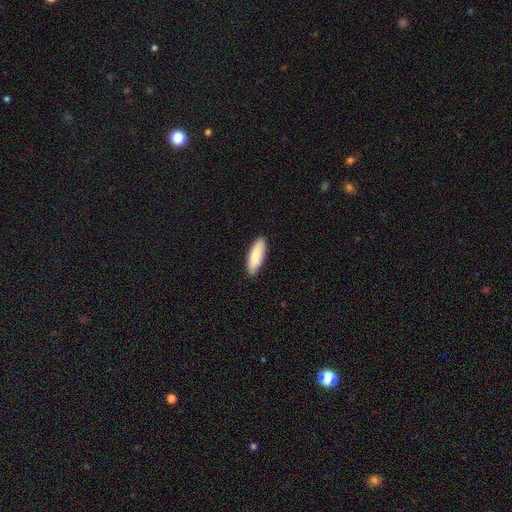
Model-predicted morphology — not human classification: A smooth galaxy with no disk features (85%) that is in between round and cigar-shaped (61%).

Vote fractions:
- Smooth or featured? smooth: 85% / featured or disk: 10% / star or artifact: 5%
- How rounded? in between: 61% / cigar-shaped: 37% / round: 2%
- Merging? none: 88% / minor disturbance: 9% / major disturbance: 2% / merger: 1%